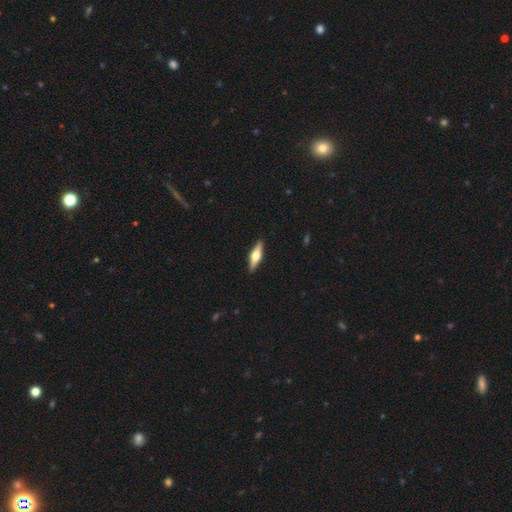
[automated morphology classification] Smooth or featured? Predicted: featured or disk (p=0.57). Edge-on disk? Predicted: yes (p=0.95). Edge-on bulge? Predicted: rounded (p=0.93). Merging? Predicted: none (p=0.91).